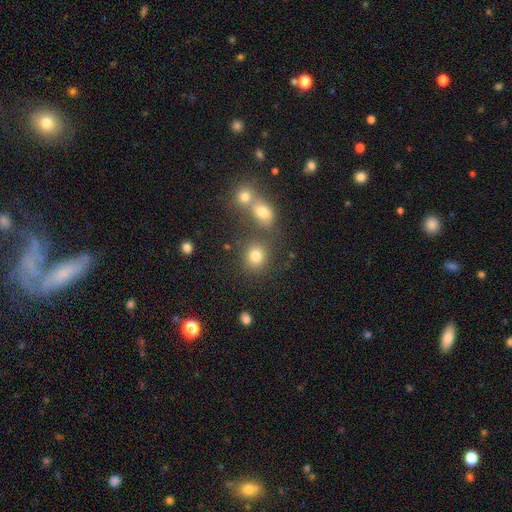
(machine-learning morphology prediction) smooth 79%, star or artifact 14%, featured or disk 7%. Down the decision tree: how rounded — round (78%); merging — none (69%).